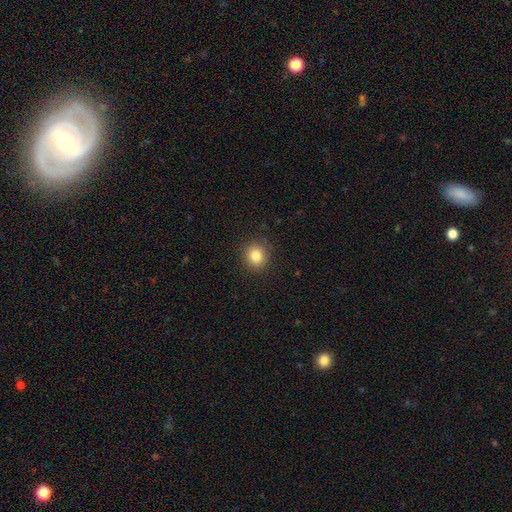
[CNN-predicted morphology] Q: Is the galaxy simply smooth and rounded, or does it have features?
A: smooth — 82%.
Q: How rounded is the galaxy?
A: round — 86%.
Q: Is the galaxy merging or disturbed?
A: none — 89%.